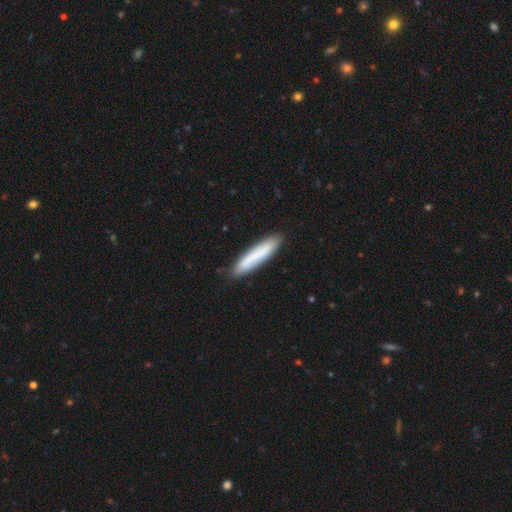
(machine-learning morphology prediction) Overall: smooth (75%). How rounded: cigar-shaped (88%). Merging: none (85%).